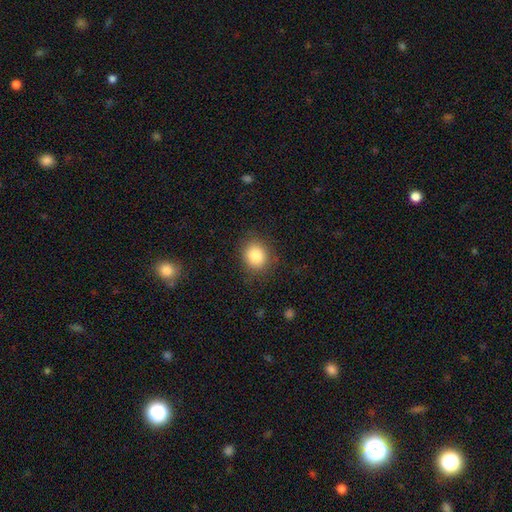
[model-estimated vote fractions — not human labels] Morphology: type=smooth (84%); roundness=round (72%); merging=none (85%).